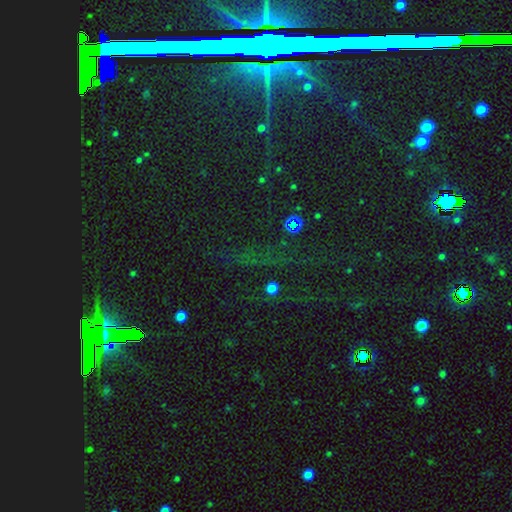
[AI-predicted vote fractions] Smooth or featured? star or artifact (81%)